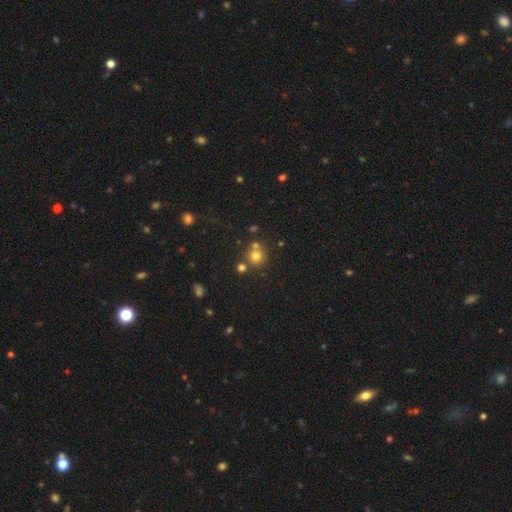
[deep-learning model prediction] Morphology: type=smooth (73%); roundness=round (90%); merging=none (66%).